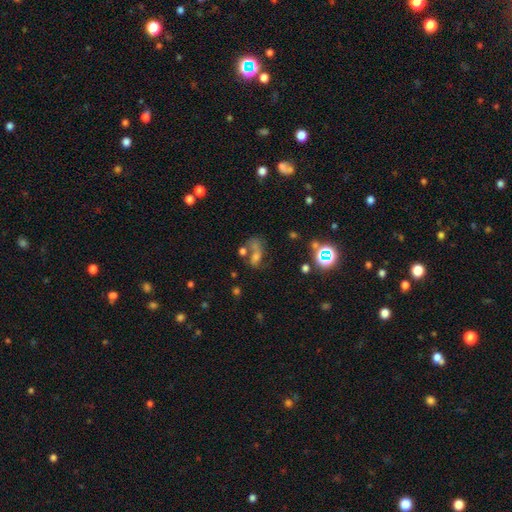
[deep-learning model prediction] Smooth or featured? smooth (41%)
Merging? merger (36%)